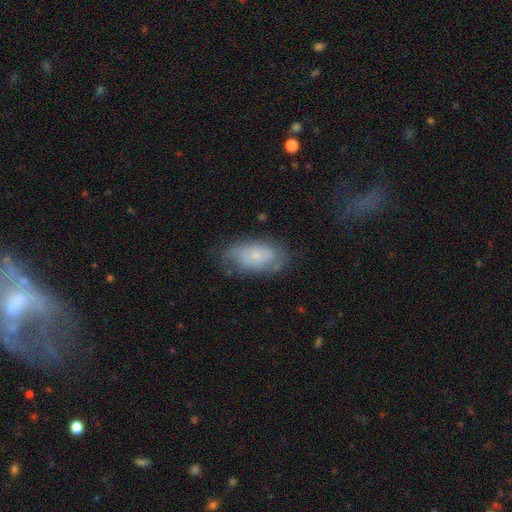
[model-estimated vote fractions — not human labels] Smooth or featured?
  - smooth: 49% *
  - featured or disk: 42%
  - star or artifact: 8%
Merging?
  - none: 67% *
  - minor disturbance: 23%
  - major disturbance: 9%
  - merger: 2%